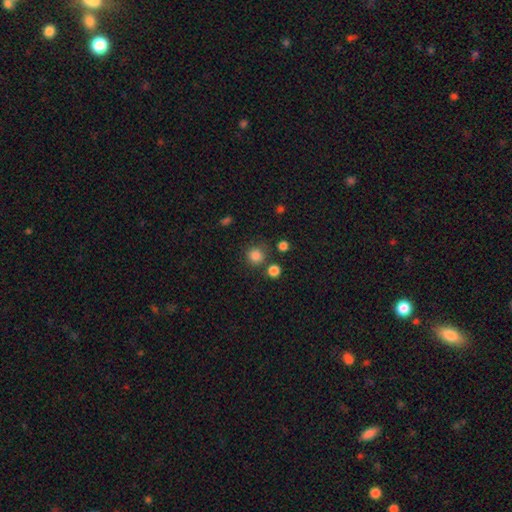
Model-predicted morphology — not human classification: smooth-or-featured: smooth: 82% | star or artifact: 13% | featured or disk: 4%
  how-rounded: round: 93% | in between: 6% | cigar-shaped: 1%
  merging: none: 79% | merger: 9% | minor disturbance: 9% | major disturbance: 4%